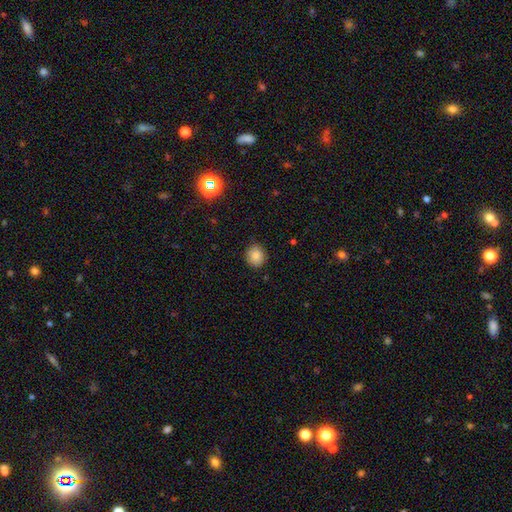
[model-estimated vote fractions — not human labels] A smooth galaxy with no disk features (85%) that is round (75%).

Vote fractions:
- Smooth or featured? smooth: 85% / star or artifact: 10% / featured or disk: 5%
- How rounded? round: 75% / in between: 24% / cigar-shaped: 1%
- Merging? none: 87% / minor disturbance: 9% / major disturbance: 2% / merger: 1%